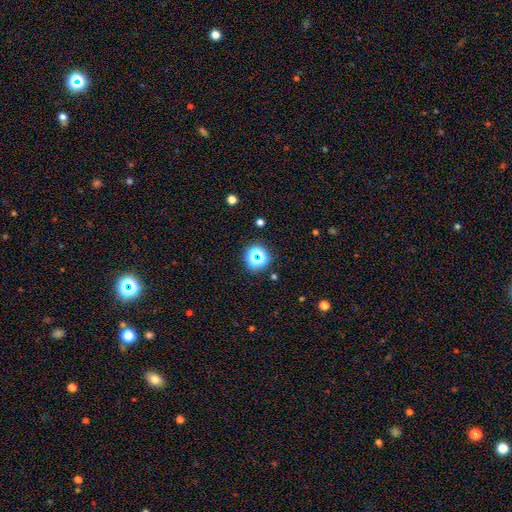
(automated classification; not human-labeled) A star or artifact, not a galaxy (58%).